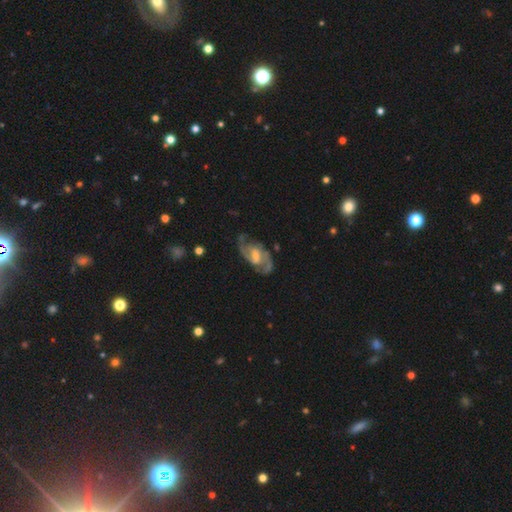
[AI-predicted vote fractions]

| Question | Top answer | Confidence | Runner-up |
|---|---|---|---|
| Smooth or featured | featured or disk | 89% | smooth (7%) |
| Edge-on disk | no | 97% | yes (3%) |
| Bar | weak | 56% | no (22%) |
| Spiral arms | yes | 97% | no (3%) |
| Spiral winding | medium | 58% | loose (22%) |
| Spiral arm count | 2 | 89% | can't tell (4%) |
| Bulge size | moderate | 40% | small (31%) |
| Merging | none | 75% | minor disturbance (16%) |